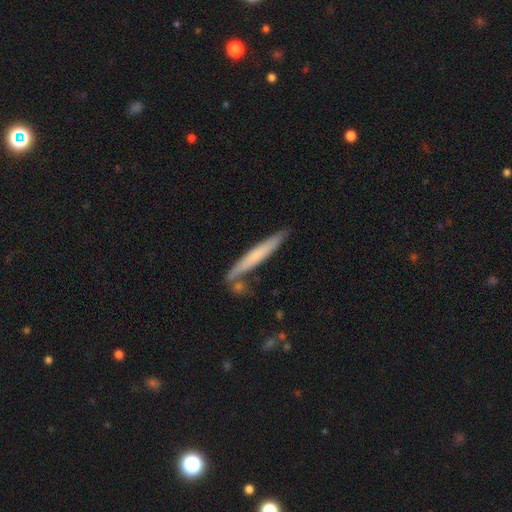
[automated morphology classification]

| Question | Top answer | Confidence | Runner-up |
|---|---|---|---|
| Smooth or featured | smooth | 57% | featured or disk (37%) |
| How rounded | cigar-shaped | 95% | in between (4%) |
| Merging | none | 75% | minor disturbance (13%) |